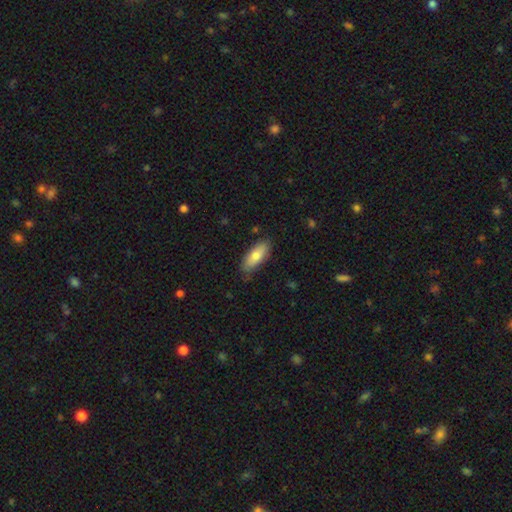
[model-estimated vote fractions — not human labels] smooth_or_featured: smooth (p=0.76) [alt: featured or disk p=0.18]
how_rounded: in between (p=0.74) [alt: cigar-shaped p=0.24]
merging: none (p=0.78) [alt: minor disturbance p=0.18]